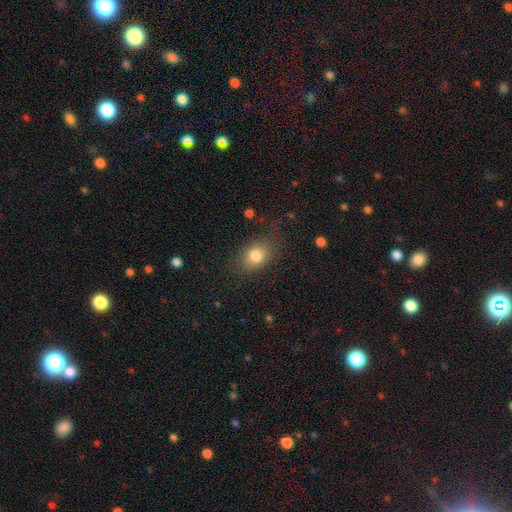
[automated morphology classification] The model was most divided on "how rounded": in between: 63%, round: 36%, cigar-shaped: 1%. More confident: smooth or featured — smooth (80%); merging — none (75%).